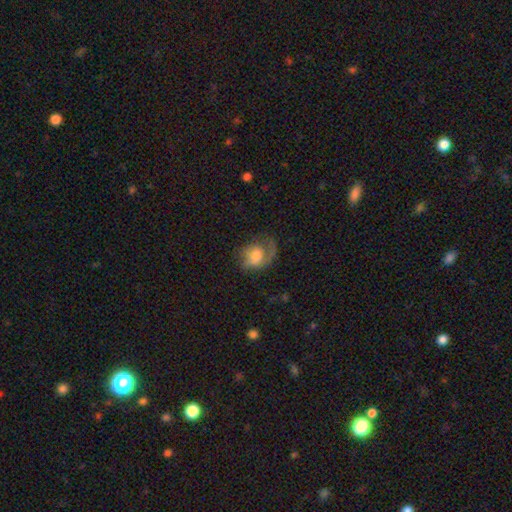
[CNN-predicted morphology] type=smooth (53%); roundness=in between (57%); merging=none (39%).